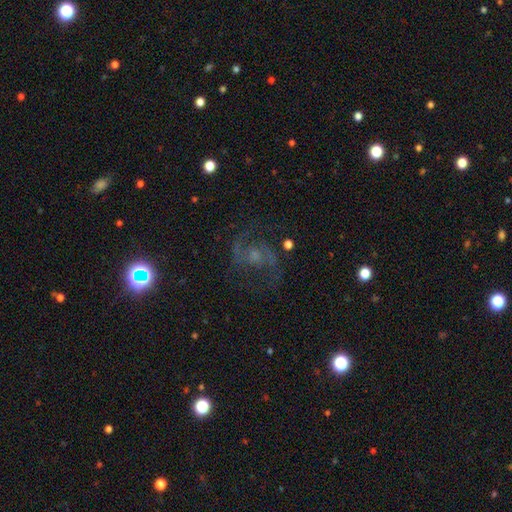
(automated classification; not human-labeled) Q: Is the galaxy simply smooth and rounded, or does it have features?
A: featured or disk — 75%.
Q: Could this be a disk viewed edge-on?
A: no — 97%.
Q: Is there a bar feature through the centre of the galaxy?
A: no — 55%.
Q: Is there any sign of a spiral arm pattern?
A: yes — 92%.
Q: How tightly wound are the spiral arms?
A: medium — 53%.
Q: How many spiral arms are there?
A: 2 — 85%.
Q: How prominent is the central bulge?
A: small — 45%.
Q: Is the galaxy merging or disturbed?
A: none — 69%.